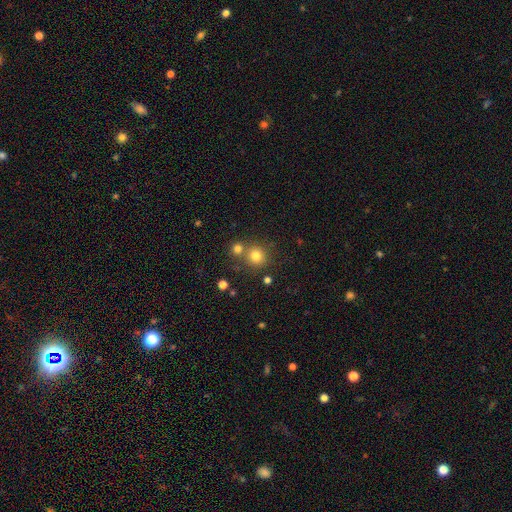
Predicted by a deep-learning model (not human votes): Overall: smooth (78%). How rounded: round (90%). Merging: none (66%).